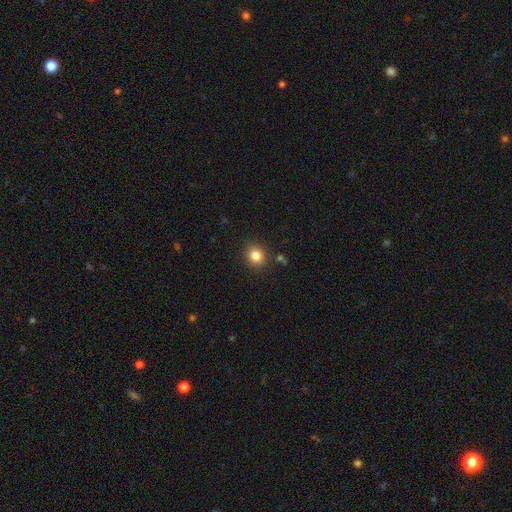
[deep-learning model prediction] This is clearly a smooth galaxy (82%). How rounded: clearly round (86%). Merging: clearly none (88%).